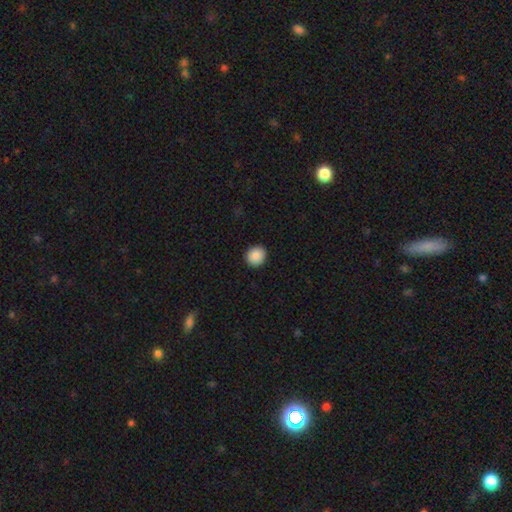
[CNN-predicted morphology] Smooth or featured? smooth (88%)
How rounded? round (86%)
Merging? none (92%)